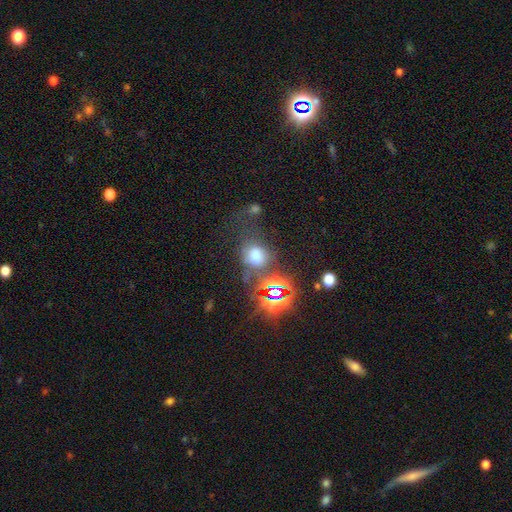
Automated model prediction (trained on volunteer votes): Smooth or featured: smooth — 59% (star or artifact — 29%)
How rounded: round — 49% (tied with in between — 49%)
Merging: none — 47% (minor disturbance — 19%)